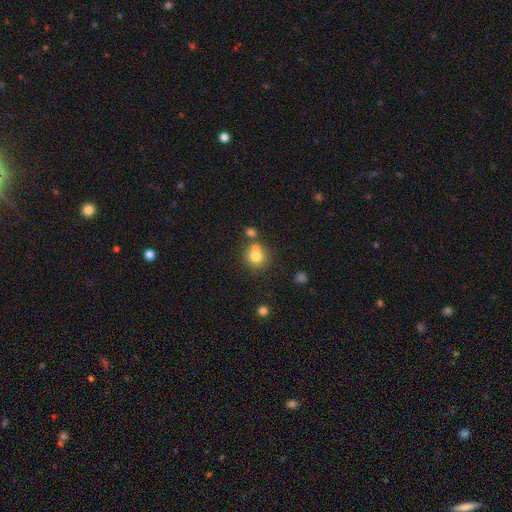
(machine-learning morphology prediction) Smooth or featured? Predicted: smooth (p=0.76). How rounded? Predicted: round (p=0.87). Merging? Predicted: none (p=0.55).